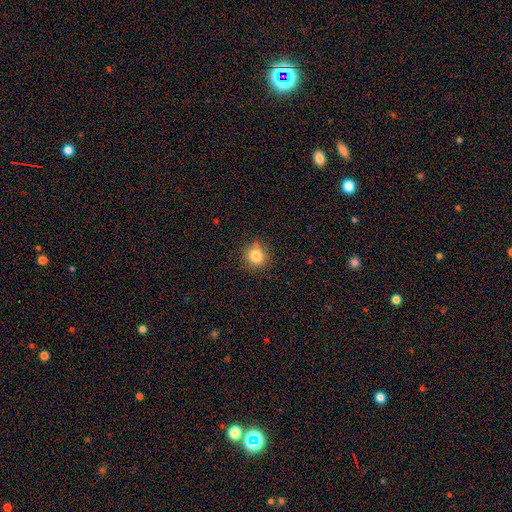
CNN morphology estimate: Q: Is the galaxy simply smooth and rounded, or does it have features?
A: smooth — 81%.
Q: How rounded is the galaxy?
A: round — 93%.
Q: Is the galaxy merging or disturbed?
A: none — 84%.